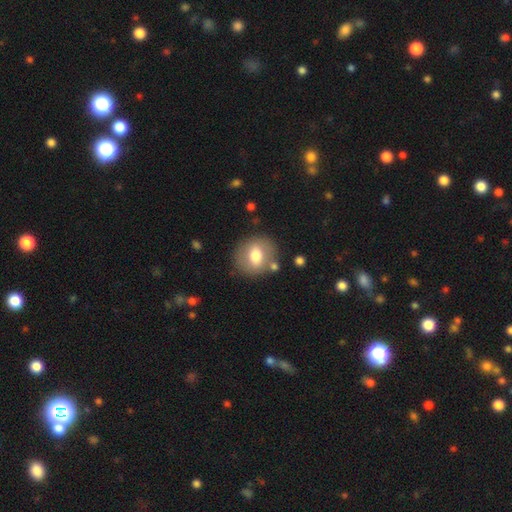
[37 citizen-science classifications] smooth_or_featured: smooth (p=0.68) [alt: featured or disk p=0.27]
how_rounded: round (p=0.76) [alt: in between p=0.24]
merging: none (p=0.77) [alt: minor disturbance p=0.14]